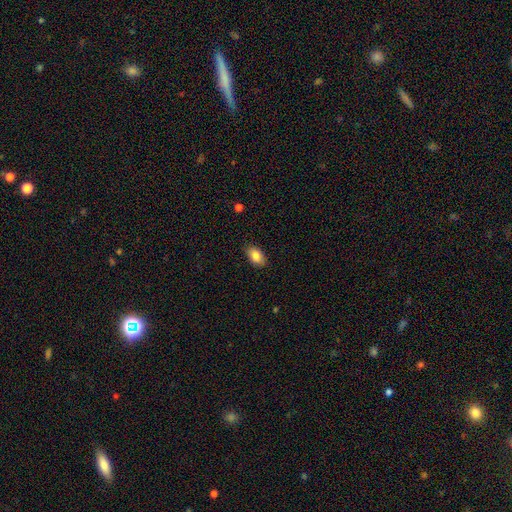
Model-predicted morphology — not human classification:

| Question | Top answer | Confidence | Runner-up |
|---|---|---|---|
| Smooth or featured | smooth | 86% | star or artifact (7%) |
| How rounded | in between | 90% | round (8%) |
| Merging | none | 87% | minor disturbance (10%) |